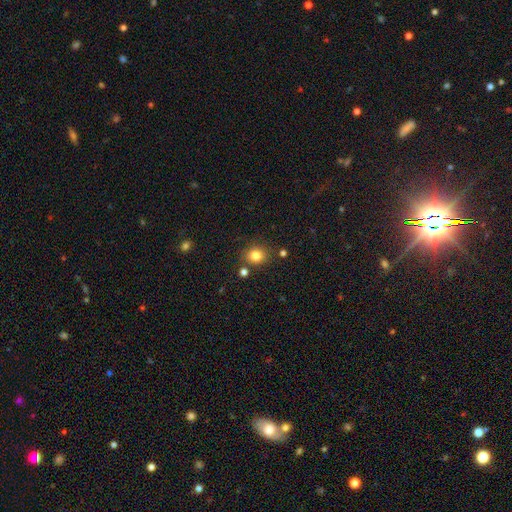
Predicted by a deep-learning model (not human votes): Smooth or featured? Predicted: smooth (p=0.82). How rounded? Predicted: round (p=0.77). Merging? Predicted: none (p=0.80).